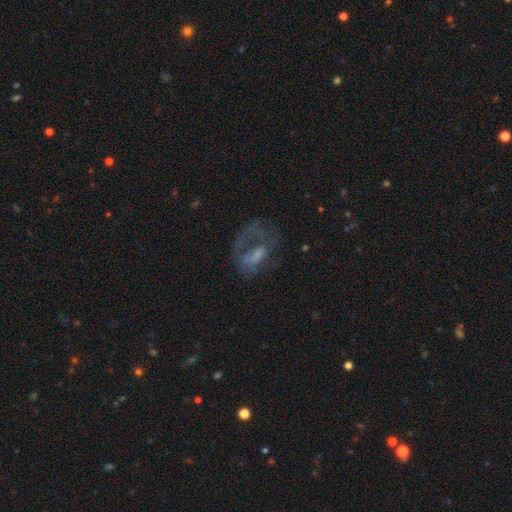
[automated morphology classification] The model was most divided on "bulge size": none: 40%, small: 25%, moderate: 25%, large: 7%, dominant: 2%. Remaining: edge-on disk — no (95%); spiral arms — no (65%); bar — no (62%); smooth or featured — featured or disk (54%); merging — major disturbance (49%).